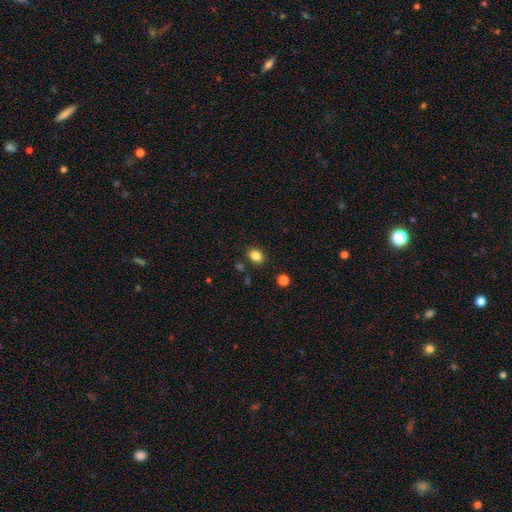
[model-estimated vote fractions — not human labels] Smooth or featured: smooth — 85% (star or artifact — 11%)
How rounded: in between — 56% (round — 44%)
Merging: none — 85% (minor disturbance — 9%)